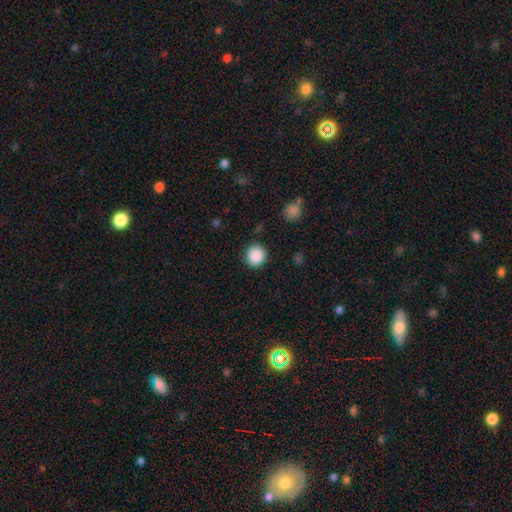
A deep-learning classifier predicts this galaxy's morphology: Smooth or featured?
  - smooth: 89% *
  - star or artifact: 8%
  - featured or disk: 3%
How rounded?
  - round: 91% *
  - in between: 8%
  - cigar-shaped: 1%
Merging?
  - none: 90% *
  - minor disturbance: 6%
  - major disturbance: 2%
  - merger: 1%